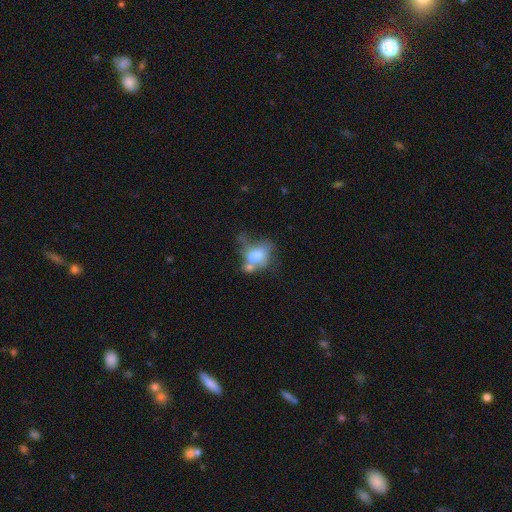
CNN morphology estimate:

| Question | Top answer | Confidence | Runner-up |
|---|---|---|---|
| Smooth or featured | smooth | 59% | featured or disk (31%) |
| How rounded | in between | 72% | round (26%) |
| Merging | merger | 39% | major disturbance (22%) |